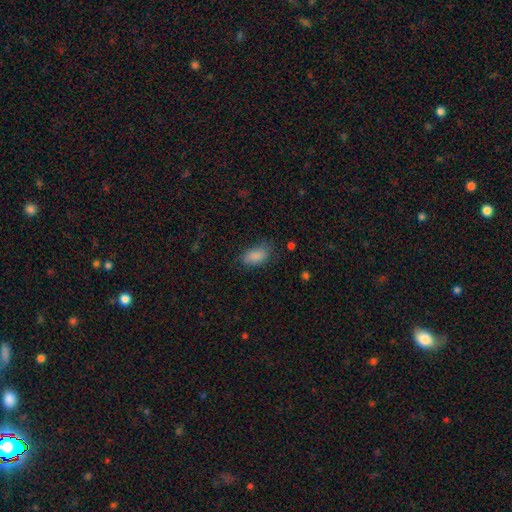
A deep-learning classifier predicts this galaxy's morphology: Smooth or featured?
  - smooth: 87% *
  - star or artifact: 8%
  - featured or disk: 6%
How rounded?
  - in between: 92% *
  - round: 5%
  - cigar-shaped: 3%
Merging?
  - none: 71% *
  - minor disturbance: 21%
  - major disturbance: 6%
  - merger: 1%